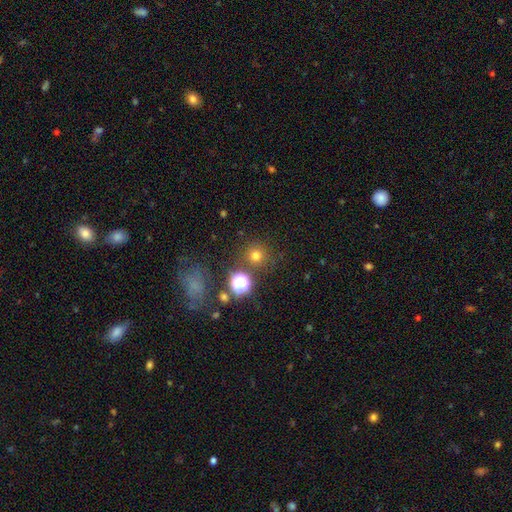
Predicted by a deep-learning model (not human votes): Morphology: type=smooth (70%); roundness=round (93%); merging=none (84%).